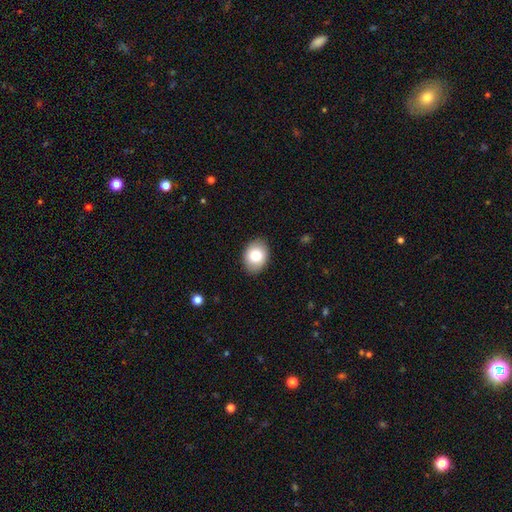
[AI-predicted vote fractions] Smooth or featured? Predicted: smooth (p=0.81). How rounded? Predicted: in between (p=0.69). Merging? Predicted: none (p=0.88).